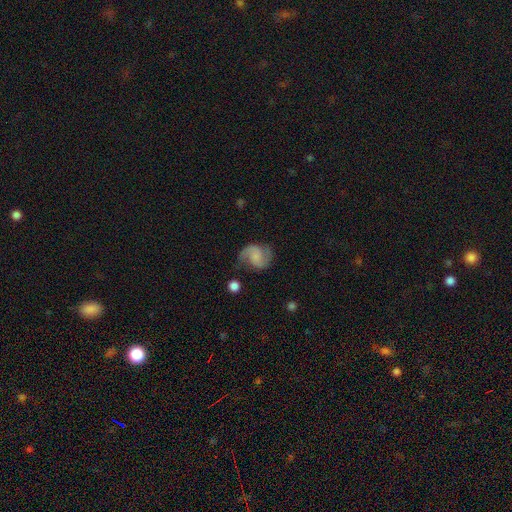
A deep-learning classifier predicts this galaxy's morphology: This appears to be a featured or disk galaxy (69%) with no bar (56%), 2 (90%) medium (46%) spiral arms (94%) and no central bulge (51%). Merging: none (64%).